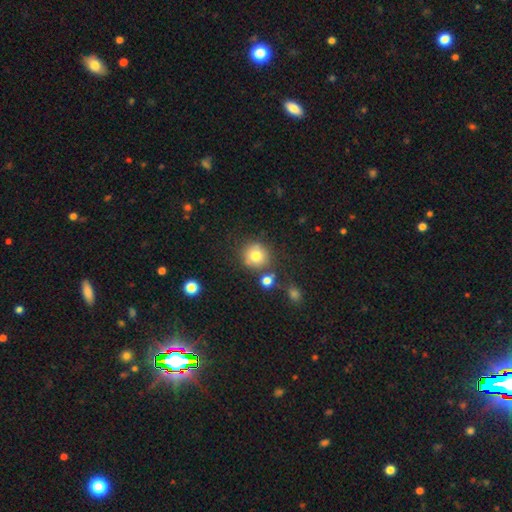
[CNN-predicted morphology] smooth-or-featured: smooth: 77% | star or artifact: 12% | featured or disk: 11%
  how-rounded: round: 91% | in between: 8% | cigar-shaped: 1%
  merging: none: 74% | merger: 11% | minor disturbance: 11% | major disturbance: 4%